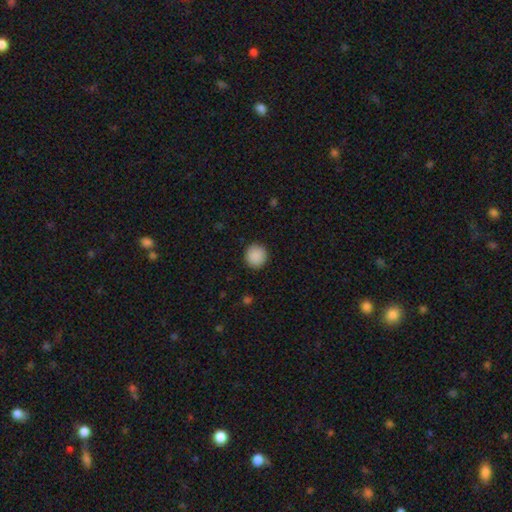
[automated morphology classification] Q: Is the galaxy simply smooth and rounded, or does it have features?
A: smooth — 90%.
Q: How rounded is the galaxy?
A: round — 94%.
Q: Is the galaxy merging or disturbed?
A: none — 92%.